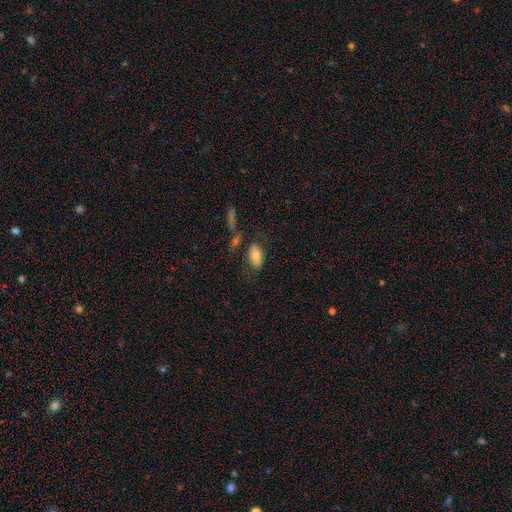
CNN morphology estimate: Smooth or featured? smooth (74%)
How rounded? in between (92%)
Merging? none (70%)